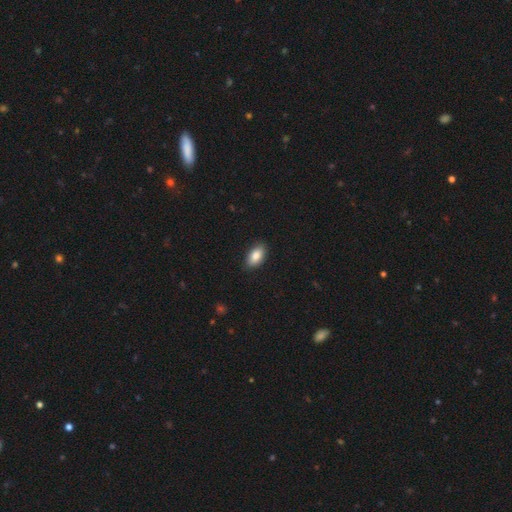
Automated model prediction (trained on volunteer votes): A smooth galaxy with no disk features (86%) that is in between round and cigar-shaped (93%).

Vote fractions:
- Smooth or featured? smooth: 86% / featured or disk: 7% / star or artifact: 7%
- How rounded? in between: 93% / round: 4% / cigar-shaped: 3%
- Merging? none: 87% / minor disturbance: 10% / major disturbance: 2% / merger: 1%